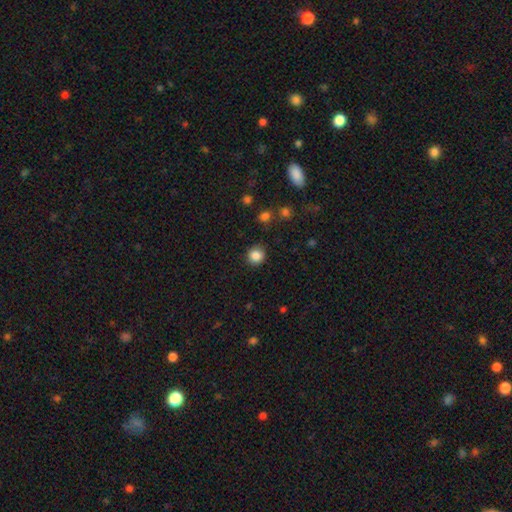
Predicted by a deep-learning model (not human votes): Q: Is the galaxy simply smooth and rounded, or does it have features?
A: smooth — 86%.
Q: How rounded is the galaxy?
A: round — 90%.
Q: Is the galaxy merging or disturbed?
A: none — 88%.